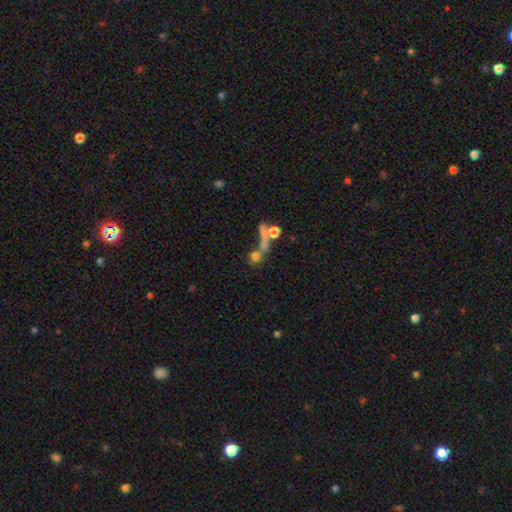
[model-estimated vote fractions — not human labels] Q: Smooth or featured?
A: smooth (60%); runner-up: featured or disk (21%)
Q: How rounded?
A: round (75%); runner-up: in between (17%)
Q: Merging?
A: merger (41%); runner-up: none (39%)